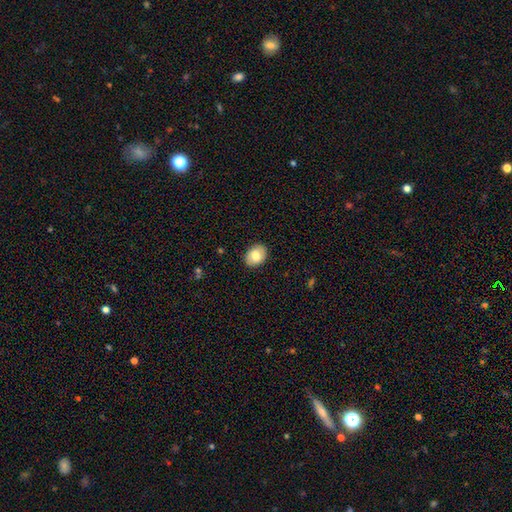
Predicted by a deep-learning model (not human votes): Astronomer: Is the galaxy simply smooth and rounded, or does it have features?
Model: smooth — 76%.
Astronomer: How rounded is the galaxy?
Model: in between — 65%.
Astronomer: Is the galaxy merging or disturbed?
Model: none — 88%.